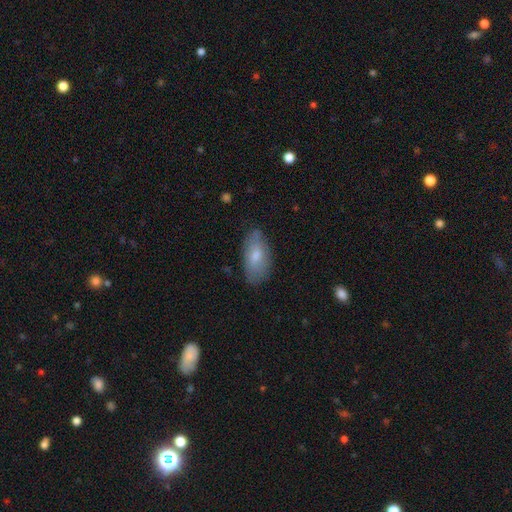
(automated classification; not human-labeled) This appears to be a smooth galaxy with no disk features (72%) that is in between round and cigar-shaped (91%). Merging: none (76%).